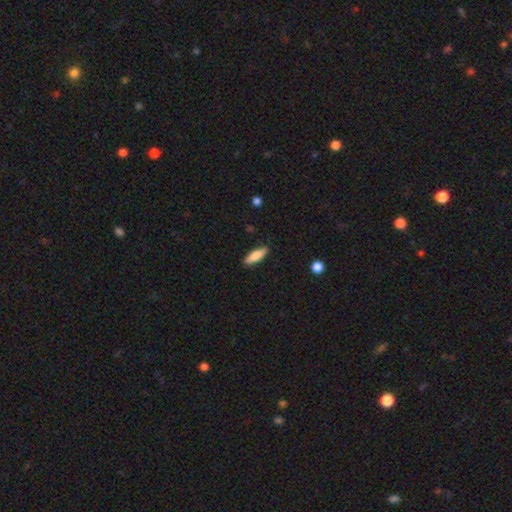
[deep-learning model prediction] Smooth or featured? smooth (81%)
How rounded? in between (52%)
Merging? none (87%)